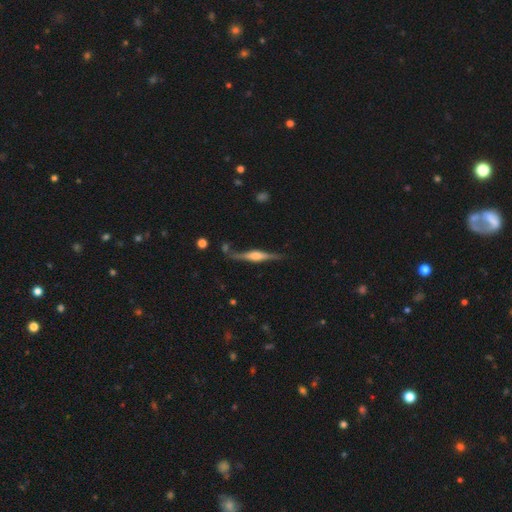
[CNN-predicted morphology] This is clearly a featured or disk galaxy (81%). It is clearly viewed edge-on (97%). Edge-on bulge: likely rounded (76%). Merging: likely none (79%).